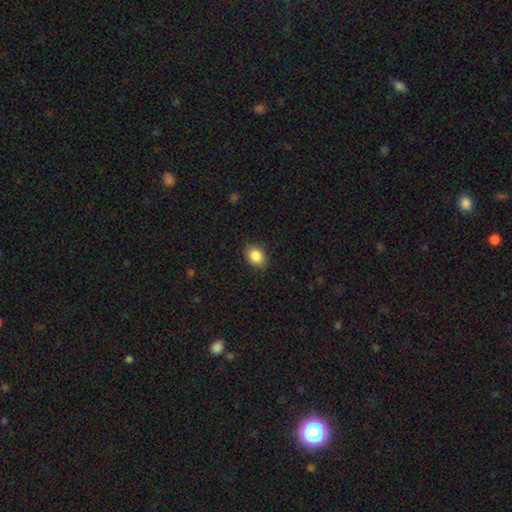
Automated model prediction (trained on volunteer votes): Morphology: type=smooth (88%); roundness=in between (66%); merging=none (88%).